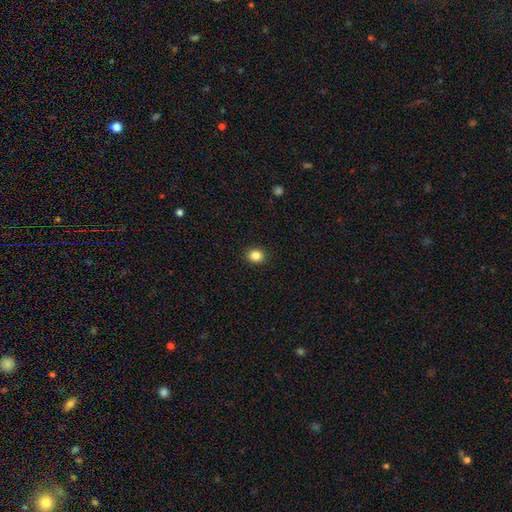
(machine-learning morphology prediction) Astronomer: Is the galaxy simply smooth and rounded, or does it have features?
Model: smooth — 85%.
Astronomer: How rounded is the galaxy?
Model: round — 76%.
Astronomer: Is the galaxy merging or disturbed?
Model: none — 92%.